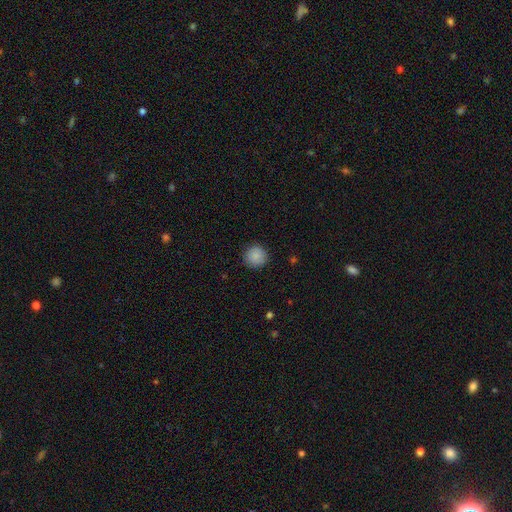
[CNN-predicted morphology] type=smooth (88%); roundness=round (94%); merging=none (89%).